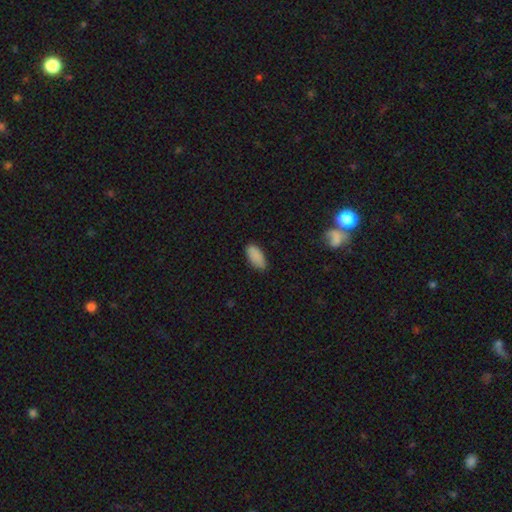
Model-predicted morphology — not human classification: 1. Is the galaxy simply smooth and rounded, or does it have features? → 88% smooth, 8% star or artifact, 4% featured or disk.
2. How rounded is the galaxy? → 89% in between, 9% cigar-shaped, 2% round.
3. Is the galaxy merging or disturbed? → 81% none, 15% minor disturbance, 2% major disturbance, 1% merger.